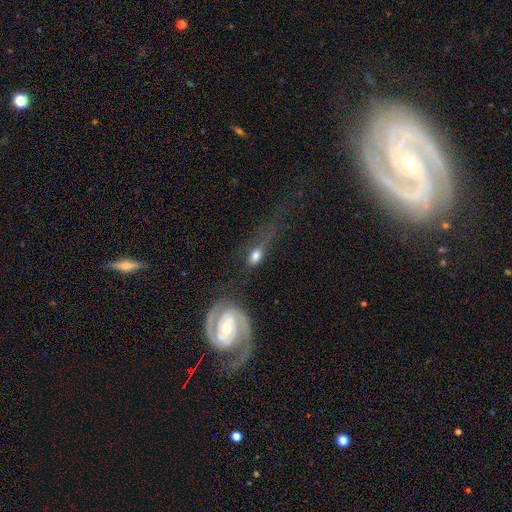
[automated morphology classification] smooth 65%, featured or disk 24%, star or artifact 11%. Down the decision tree: how rounded — in between (76%); merging — major disturbance (36%).